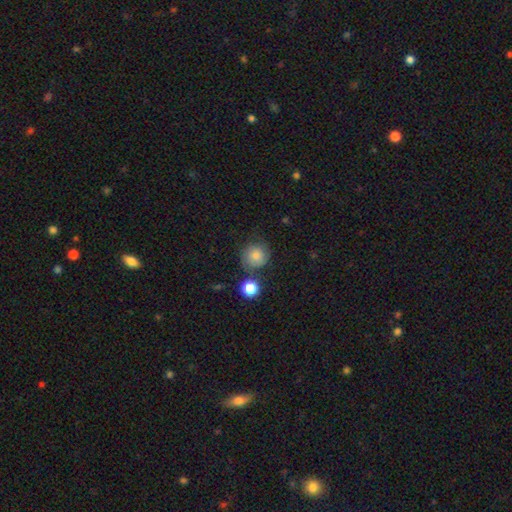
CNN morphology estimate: smooth_or_featured: smooth (p=0.74) [alt: featured or disk p=0.14]
how_rounded: round (p=0.90) [alt: in between p=0.09]
merging: none (p=0.72) [alt: minor disturbance p=0.16]